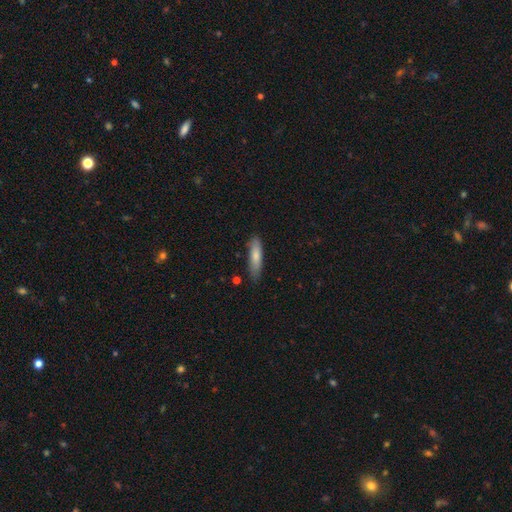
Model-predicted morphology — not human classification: Smooth or featured: smooth — 76% (featured or disk — 18%)
How rounded: cigar-shaped — 71% (in between — 28%)
Merging: none — 78% (minor disturbance — 17%)